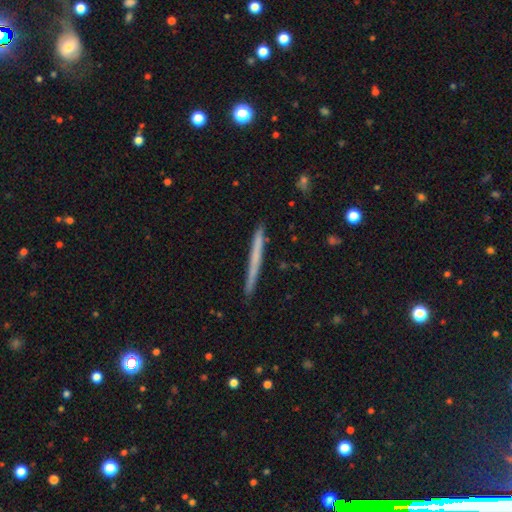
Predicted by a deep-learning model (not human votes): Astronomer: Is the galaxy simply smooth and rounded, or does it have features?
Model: smooth — 52% (runner-up: featured or disk, 42%).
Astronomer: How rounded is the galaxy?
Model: cigar-shaped — 97%.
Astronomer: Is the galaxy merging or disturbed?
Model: none — 89%.